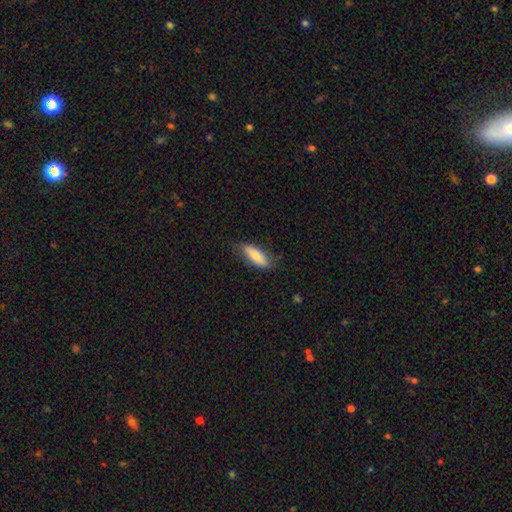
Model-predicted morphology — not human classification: smooth_or_featured: smooth (p=0.74) [alt: featured or disk p=0.20]
how_rounded: in between (p=0.66) [alt: cigar-shaped p=0.32]
merging: none (p=0.76) [alt: minor disturbance p=0.19]